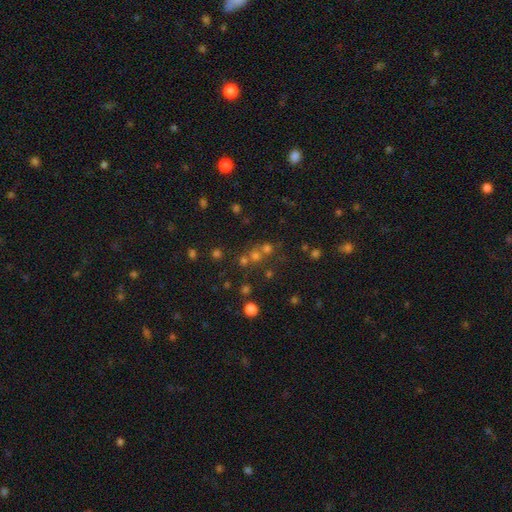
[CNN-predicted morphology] Smooth or featured? Predicted: smooth (p=0.52). How rounded? Predicted: round (p=0.87). Merging? Predicted: none (p=0.55).